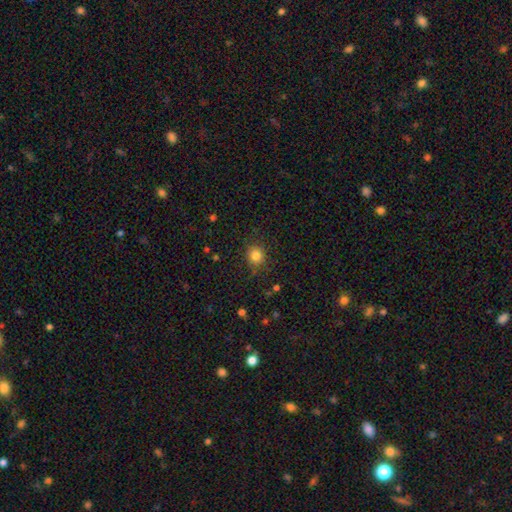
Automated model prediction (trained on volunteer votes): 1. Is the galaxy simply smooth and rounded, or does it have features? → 83% smooth, 12% star or artifact, 5% featured or disk.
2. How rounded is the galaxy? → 86% round, 13% in between, 1% cigar-shaped.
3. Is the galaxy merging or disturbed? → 84% none, 11% minor disturbance, 3% major disturbance, 1% merger.